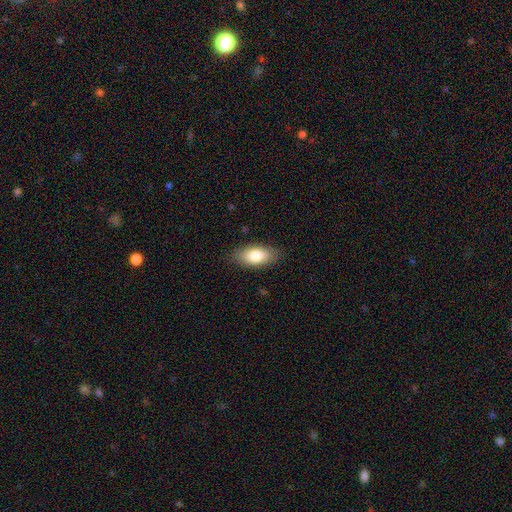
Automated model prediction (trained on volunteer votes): Smooth or featured? smooth (81%)
How rounded? in between (91%)
Merging? none (85%)